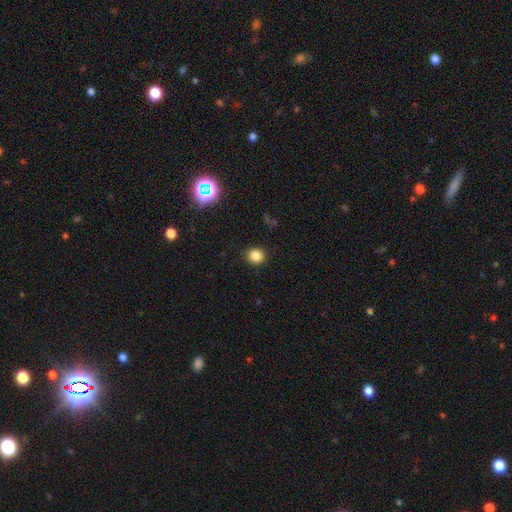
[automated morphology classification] Overall: smooth (82%). How rounded: round (89%). Merging: none (90%).